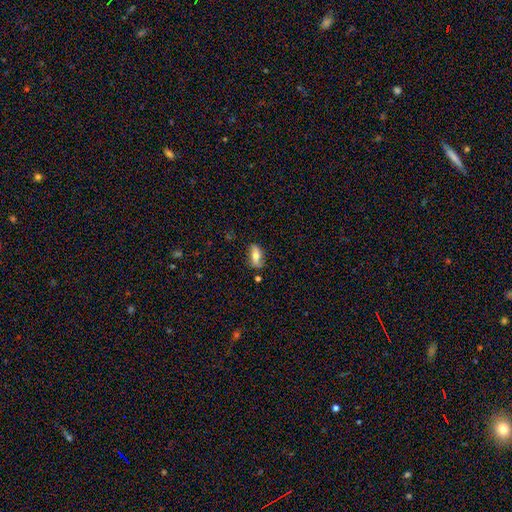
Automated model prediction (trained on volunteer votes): A smooth galaxy with no disk features (59%) that is in between round and cigar-shaped (78%). Merging: none (75%).